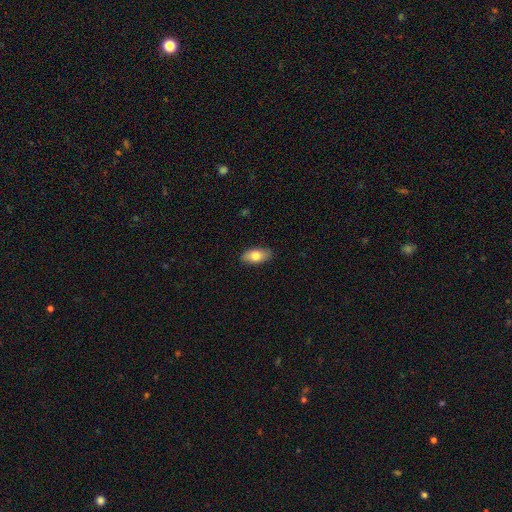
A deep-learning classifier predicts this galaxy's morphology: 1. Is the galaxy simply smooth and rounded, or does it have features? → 76% smooth, 18% featured or disk, 6% star or artifact.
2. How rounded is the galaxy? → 91% in between, 6% cigar-shaped, 4% round.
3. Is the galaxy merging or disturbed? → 88% none, 9% minor disturbance, 2% major disturbance, 1% merger.